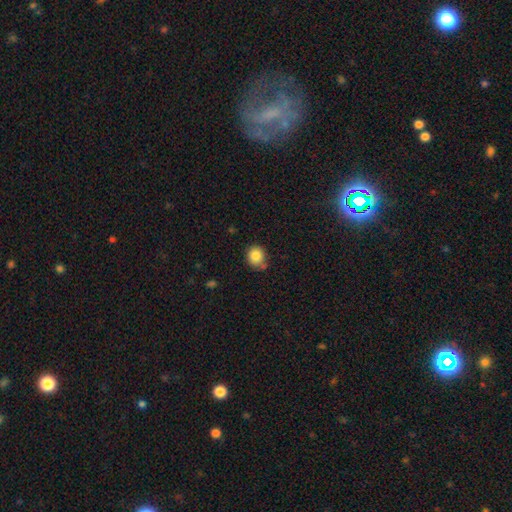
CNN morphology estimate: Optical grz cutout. It shows a smooth galaxy with no disk features (84%) that is round (79%). Merging: none (71%).